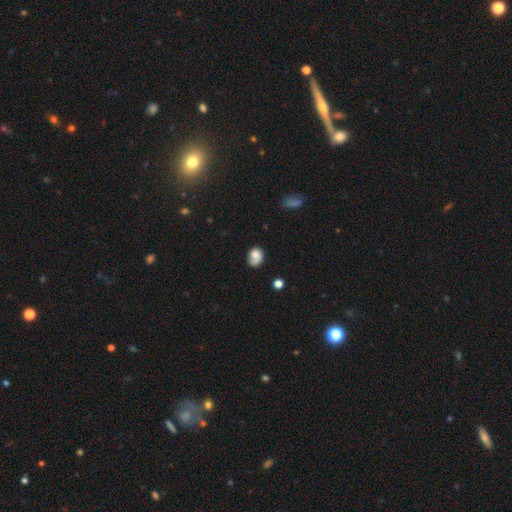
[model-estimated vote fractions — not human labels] Morphology: type=smooth (68%); roundness=in between (57%); merging=none (48%).